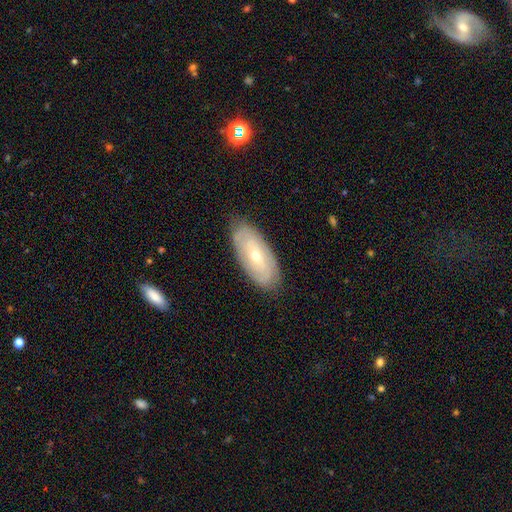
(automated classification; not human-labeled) Smooth or featured?
  - featured or disk: 64% *
  - smooth: 29%
  - star or artifact: 7%
Edge-on disk?
  - no: 88% *
  - yes: 12%
Bar?
  - no: 71% *
  - weak: 23%
  - strong: 7%
Spiral arms?
  - yes: 71% *
  - no: 29%
Bulge size?
  - small: 60% *
  - moderate: 37%
  - large: 1%
  - none: 1%
  - dominant: 1%
Merging?
  - none: 83% *
  - minor disturbance: 13%
  - major disturbance: 3%
  - merger: 1%